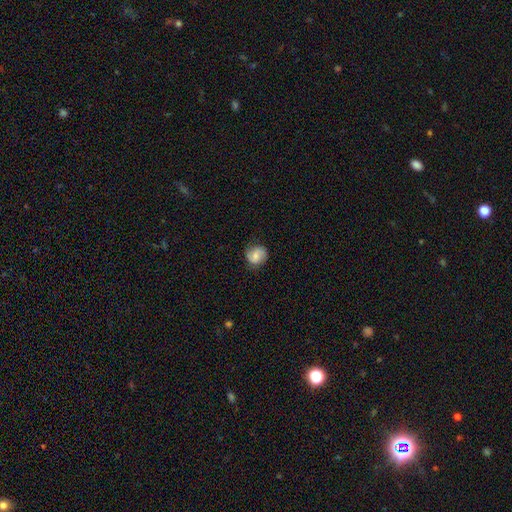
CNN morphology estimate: smooth_or_featured: smooth (p=0.50) [alt: featured or disk p=0.42]
merging: none (p=0.76) [alt: minor disturbance p=0.18]